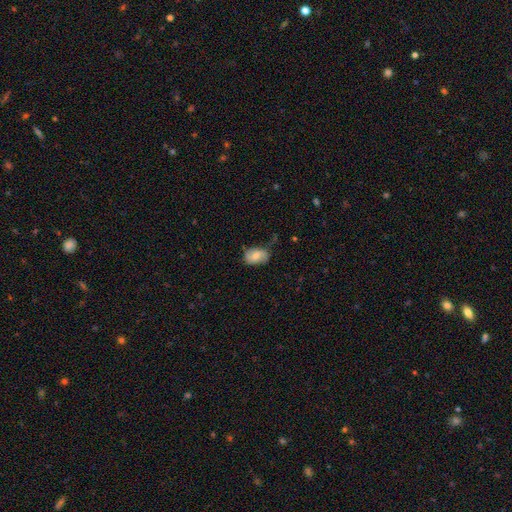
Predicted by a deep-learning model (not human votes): Smooth or featured: smooth — 58% (featured or disk — 34%)
How rounded: in between — 84% (round — 14%)
Merging: none — 59% (minor disturbance — 32%)